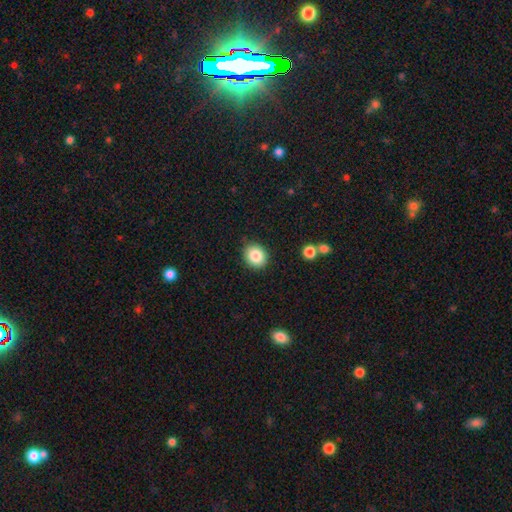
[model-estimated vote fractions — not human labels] smooth 85%, star or artifact 9%, featured or disk 6%. Down the decision tree: how rounded — round (62%); merging — none (87%).